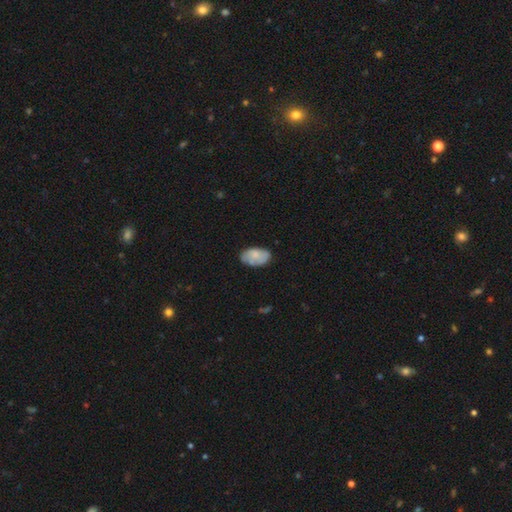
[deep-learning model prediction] smooth-or-featured: smooth: 66% | featured or disk: 28% | star or artifact: 7%
  how-rounded: in between: 92% | round: 6% | cigar-shaped: 1%
  merging: none: 68% | minor disturbance: 24% | major disturbance: 5% | merger: 2%